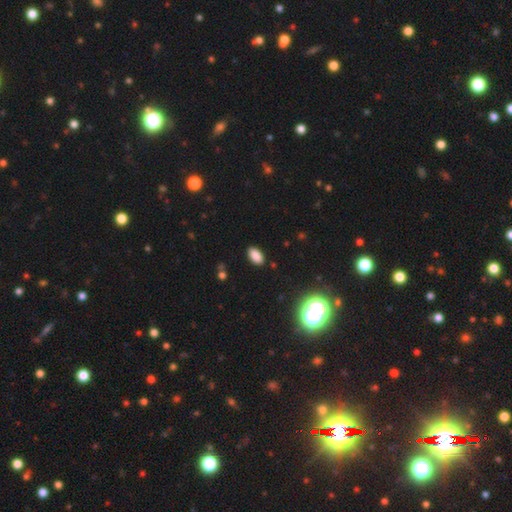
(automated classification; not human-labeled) Q: Smooth or featured?
A: smooth (85%); runner-up: star or artifact (11%)
Q: How rounded?
A: in between (93%); runner-up: round (4%)
Q: Merging?
A: none (88%); runner-up: minor disturbance (8%)